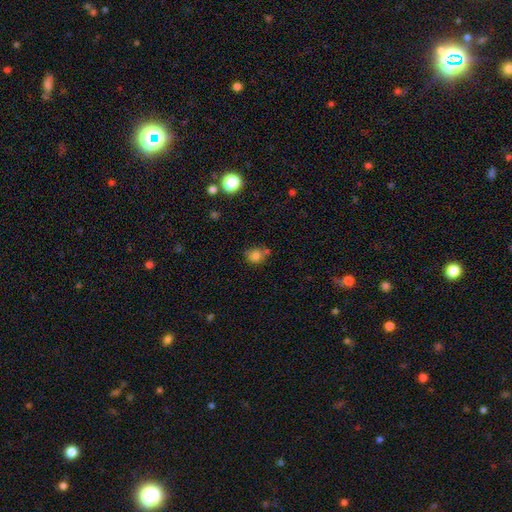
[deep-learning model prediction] Q: Smooth or featured?
A: smooth (80%); runner-up: star or artifact (13%)
Q: How rounded?
A: round (75%); runner-up: in between (24%)
Q: Merging?
A: none (59%); runner-up: minor disturbance (19%)